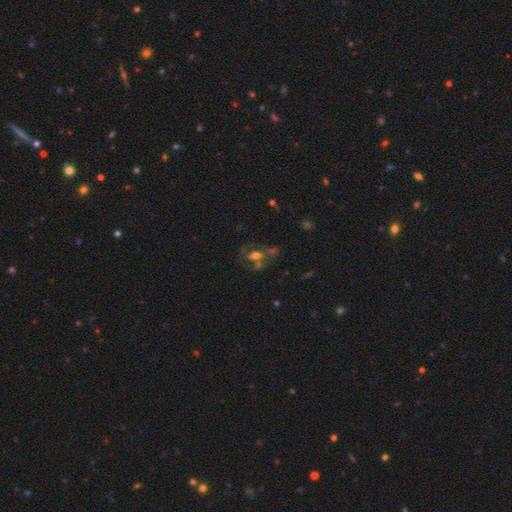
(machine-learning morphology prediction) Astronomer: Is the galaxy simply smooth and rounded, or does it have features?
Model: featured or disk — 49% (runner-up: smooth, 35%).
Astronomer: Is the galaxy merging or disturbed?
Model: none — 40% (runner-up: merger, 26%).